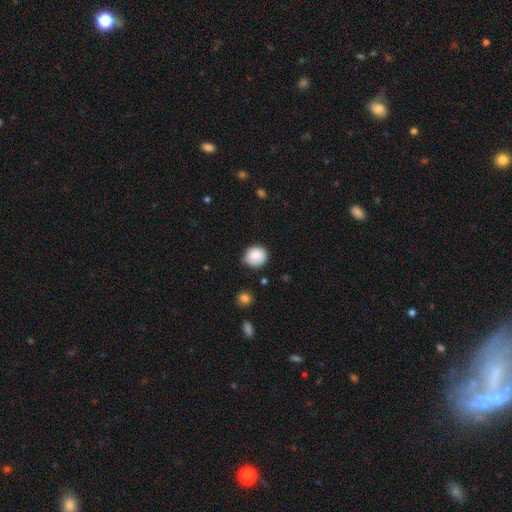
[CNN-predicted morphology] Smooth or featured: smooth — 86% (star or artifact — 8%)
How rounded: round — 87% (in between — 12%)
Merging: none — 83% (minor disturbance — 12%)